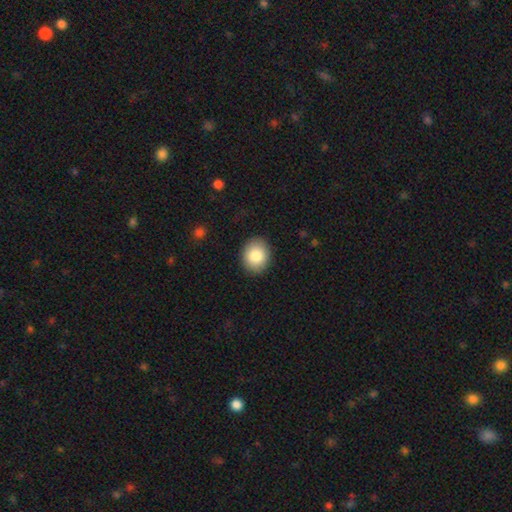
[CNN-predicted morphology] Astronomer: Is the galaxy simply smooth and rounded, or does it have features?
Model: smooth — 84%.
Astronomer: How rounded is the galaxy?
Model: round — 62%.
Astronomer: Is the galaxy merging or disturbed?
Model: none — 90%.